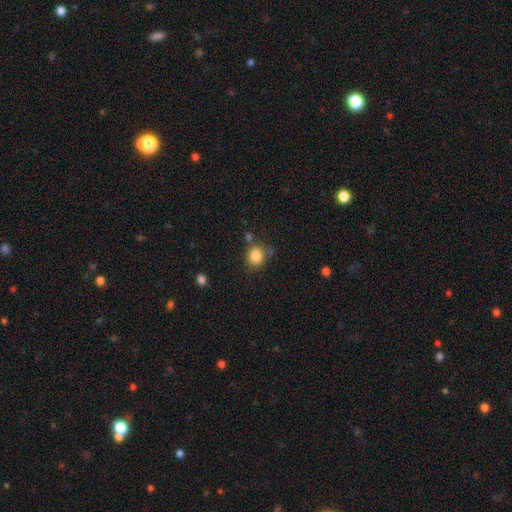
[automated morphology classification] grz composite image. It shows a smooth galaxy with no disk features (85%) that is round (79%). Merging: none (70%).